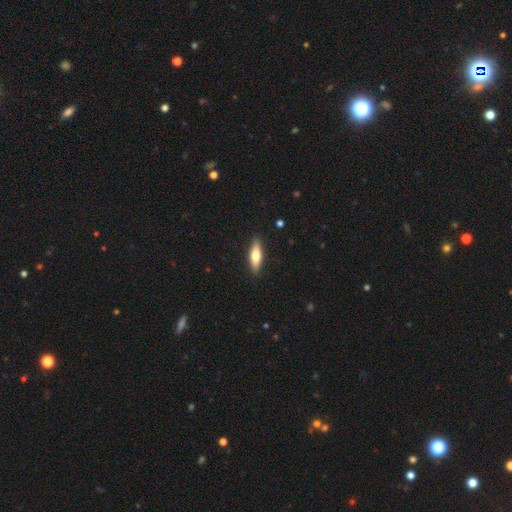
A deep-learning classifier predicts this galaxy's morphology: smooth-or-featured: smooth: 59% | featured or disk: 35% | star or artifact: 6%
  how-rounded: cigar-shaped: 57% | in between: 40% | round: 2%
  merging: none: 89% | minor disturbance: 8% | major disturbance: 2% | merger: 1%